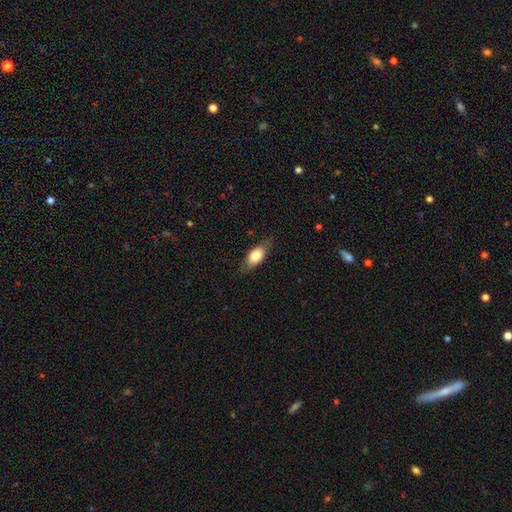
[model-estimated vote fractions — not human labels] A smooth galaxy with no disk features (70%) that is in between round and cigar-shaped (81%). Merging: none (77%).